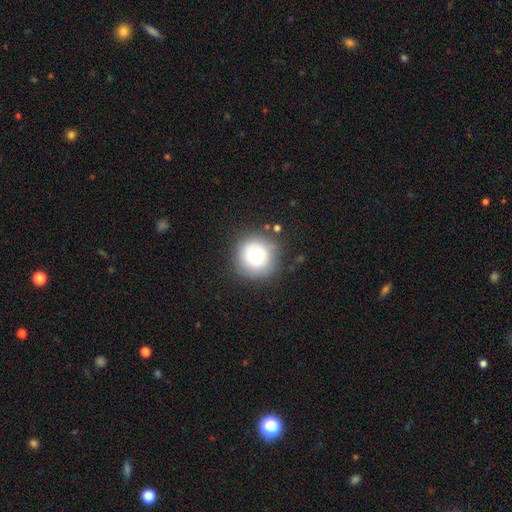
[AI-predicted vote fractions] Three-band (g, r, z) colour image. It shows a smooth galaxy with no disk features (72%) that is round (94%). Merging: none (80%).